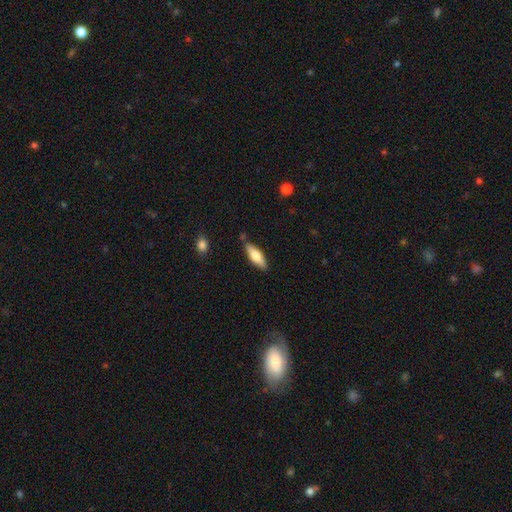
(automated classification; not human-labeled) smooth-or-featured: smooth: 69% | featured or disk: 25% | star or artifact: 6%
  how-rounded: in between: 51% | cigar-shaped: 48% | round: 2%
  merging: none: 79% | minor disturbance: 14% | merger: 4% | major disturbance: 3%